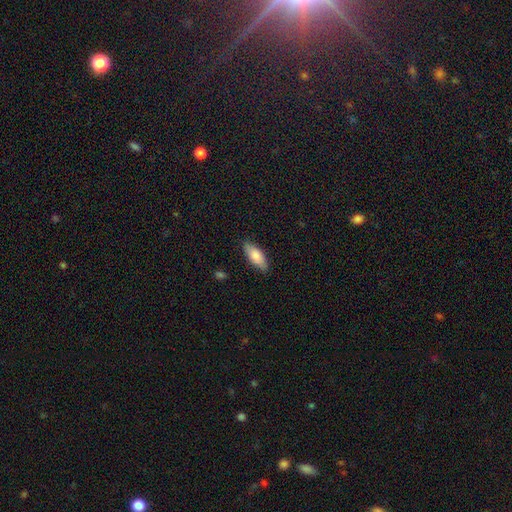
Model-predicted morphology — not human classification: This is clearly a smooth galaxy (80%). How rounded: likely in between (78%). Merging: clearly none (82%).